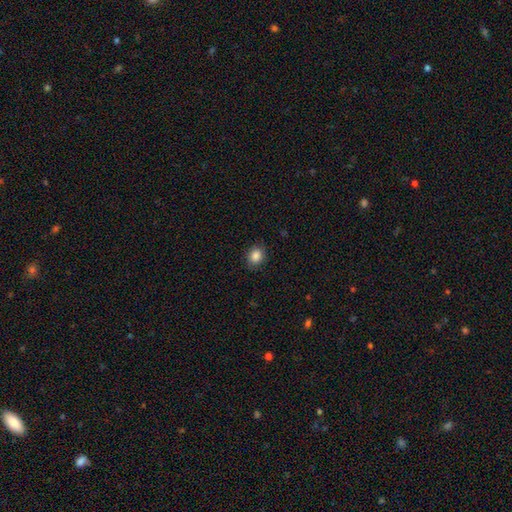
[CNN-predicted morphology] smooth 86%, star or artifact 9%, featured or disk 4%. Down the decision tree: how rounded — round (64%); merging — none (87%).